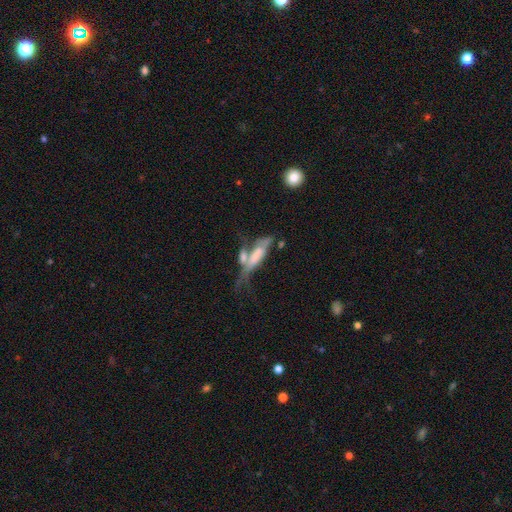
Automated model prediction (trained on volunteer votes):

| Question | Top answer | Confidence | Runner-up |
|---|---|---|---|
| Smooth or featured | smooth | 50% | featured or disk (42%) |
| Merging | merger | 50% | none (19%) |